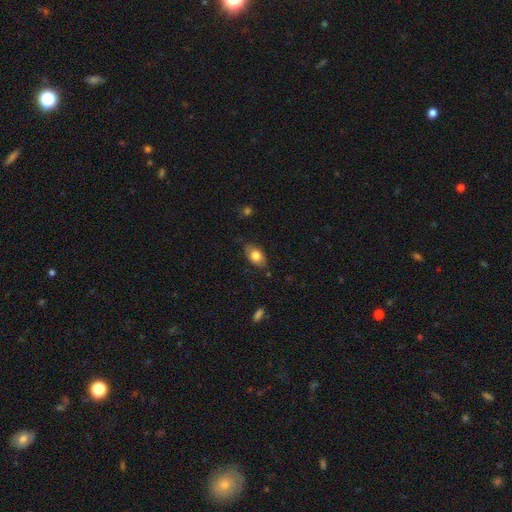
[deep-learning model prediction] smooth_or_featured: smooth (p=0.76) [alt: featured or disk p=0.17]
how_rounded: in between (p=0.86) [alt: round p=0.11]
merging: none (p=0.73) [alt: minor disturbance p=0.21]